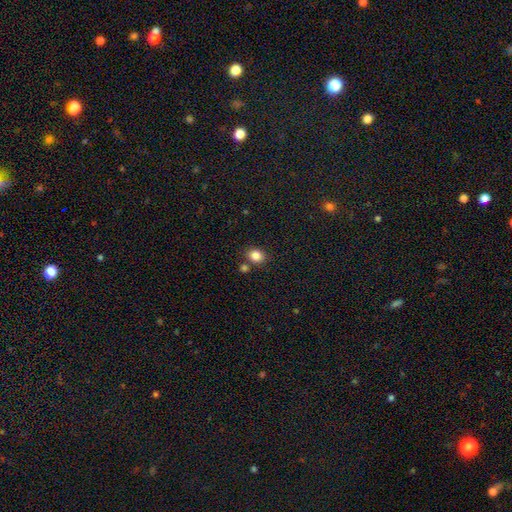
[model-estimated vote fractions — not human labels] Smooth or featured: smooth — 84% (star or artifact — 11%)
How rounded: round — 60% (in between — 40%)
Merging: none — 75% (merger — 12%)